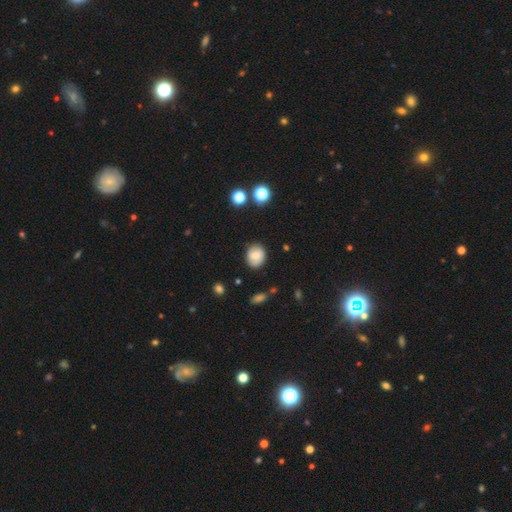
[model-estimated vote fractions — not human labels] Smooth or featured? smooth (75%)
How rounded? round (64%)
Merging? none (80%)